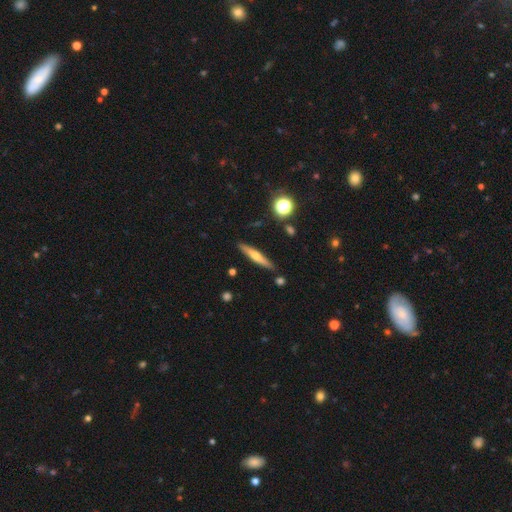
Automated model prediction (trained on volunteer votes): Smooth or featured? Predicted: featured or disk (p=0.48). Merging? Predicted: none (p=0.88).